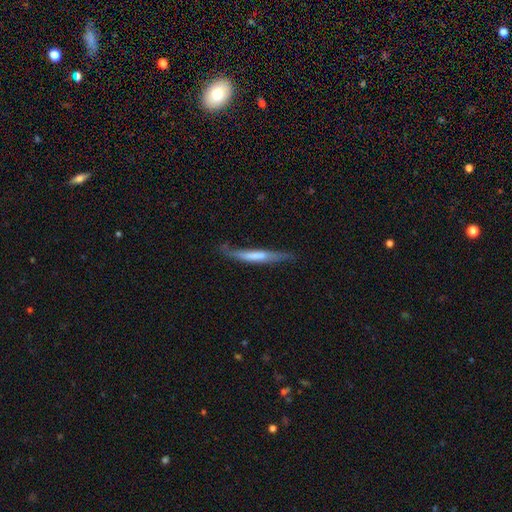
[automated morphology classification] Smooth or featured?
  - smooth: 51% *
  - featured or disk: 43%
  - star or artifact: 6%
How rounded?
  - cigar-shaped: 94% *
  - in between: 4%
  - round: 1%
Merging?
  - none: 60% *
  - minor disturbance: 27%
  - major disturbance: 10%
  - merger: 3%